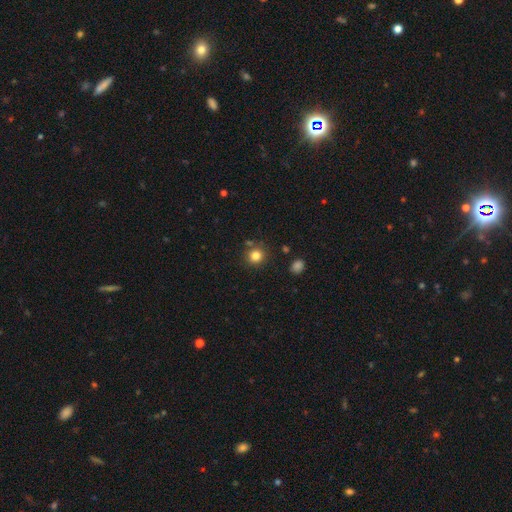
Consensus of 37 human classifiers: Smooth or featured? smooth (89%)
How rounded? round (82%)
Merging? none (79%)